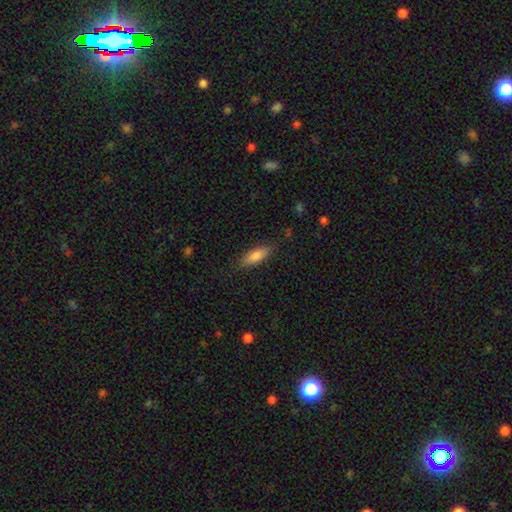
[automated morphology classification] smooth_or_featured: smooth (p=0.82) [alt: featured or disk p=0.12]
how_rounded: in between (p=0.61) [alt: cigar-shaped p=0.37]
merging: none (p=0.83) [alt: minor disturbance p=0.13]